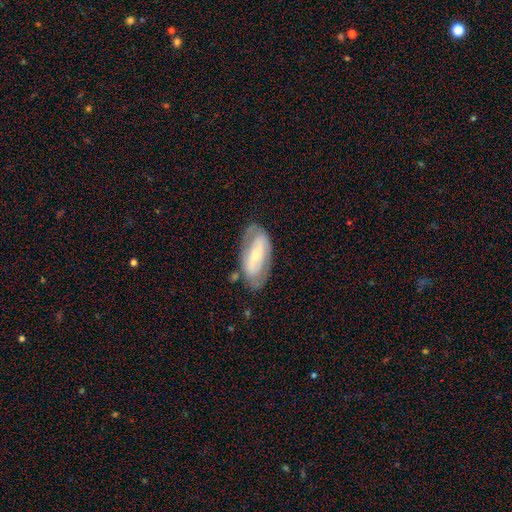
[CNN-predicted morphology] featured or disk 65%, smooth 29%, star or artifact 6%. Down the decision tree: edge-on disk — no (89%); bar — strong (49%); spiral arms — yes (53%); bulge size — small (57%); merging — none (71%).